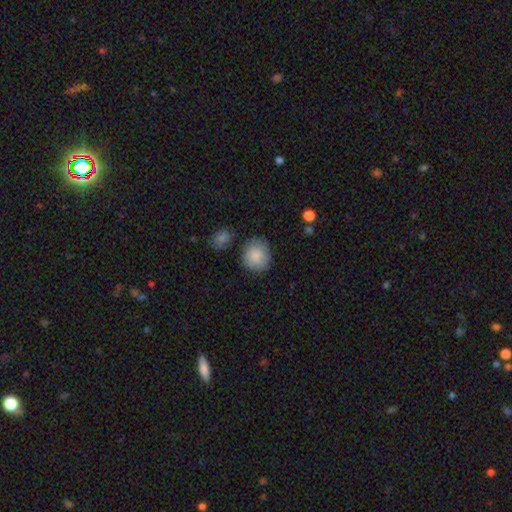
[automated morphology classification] Smooth or featured?
  - smooth: 88% *
  - star or artifact: 7%
  - featured or disk: 5%
How rounded?
  - round: 83% *
  - in between: 16%
  - cigar-shaped: 1%
Merging?
  - none: 81% *
  - minor disturbance: 12%
  - merger: 4%
  - major disturbance: 3%